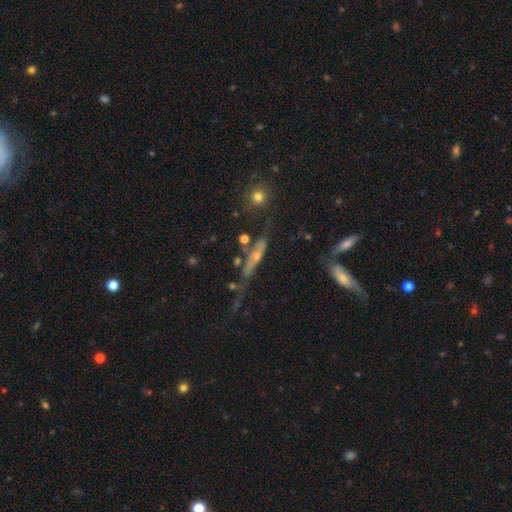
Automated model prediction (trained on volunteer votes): Overall: featured or disk (56%; smooth 33%). Edge-on disk: yes (73%). Merging: none (48%; minor disturbance 23%).